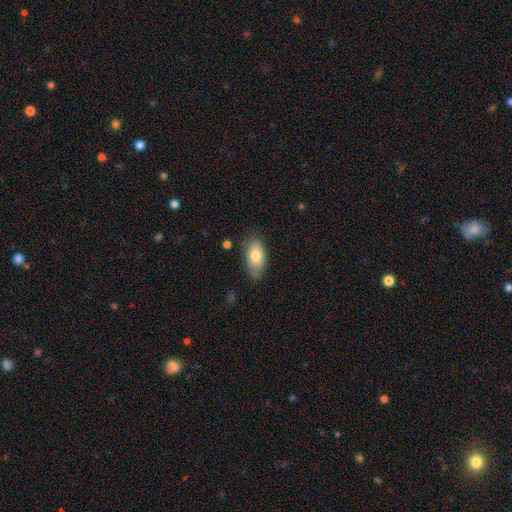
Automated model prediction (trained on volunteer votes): Overall: smooth (77%). How rounded: in between (92%). Merging: none (71%).